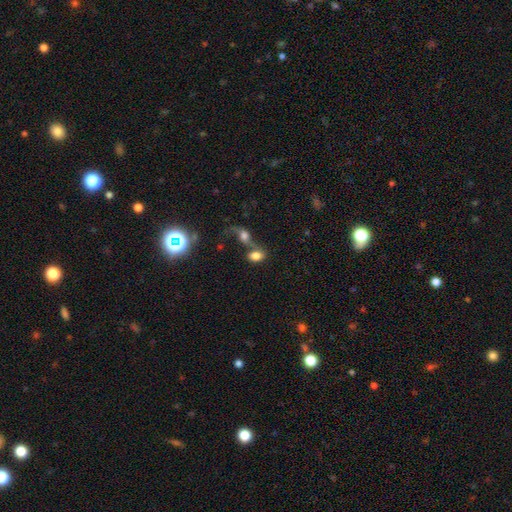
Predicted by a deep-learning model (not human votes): Overall: smooth (73%). How rounded: in between (80%). Merging: merger (60%; none 24%).